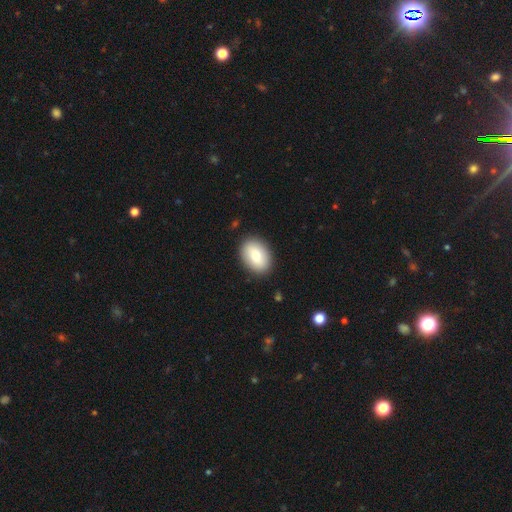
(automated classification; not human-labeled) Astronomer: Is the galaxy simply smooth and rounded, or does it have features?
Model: smooth — 75%.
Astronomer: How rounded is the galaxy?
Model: in between — 76%.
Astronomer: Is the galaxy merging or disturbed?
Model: none — 89%.